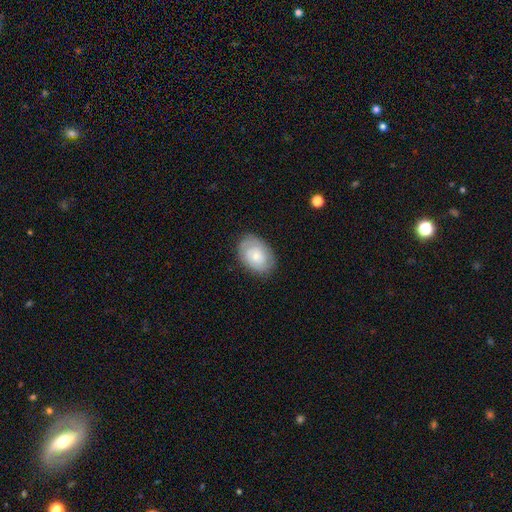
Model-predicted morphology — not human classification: smooth-or-featured: smooth: 57% | featured or disk: 36% | star or artifact: 7%
  how-rounded: in between: 81% | round: 18% | cigar-shaped: 1%
  merging: none: 80% | minor disturbance: 15% | major disturbance: 4% | merger: 1%